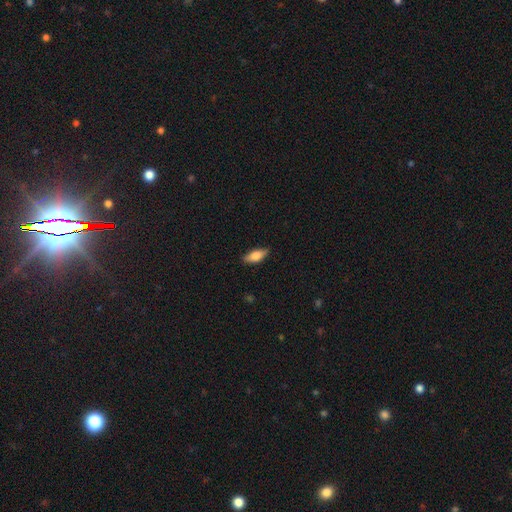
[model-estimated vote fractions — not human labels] Overall: smooth (73%). How rounded: in between (77%). Merging: none (85%).